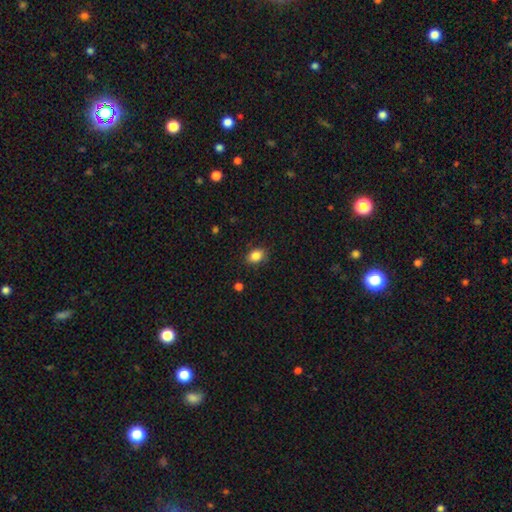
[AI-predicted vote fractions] This is clearly a smooth galaxy (85%). How rounded: likely in between (75%). Merging: clearly none (84%).